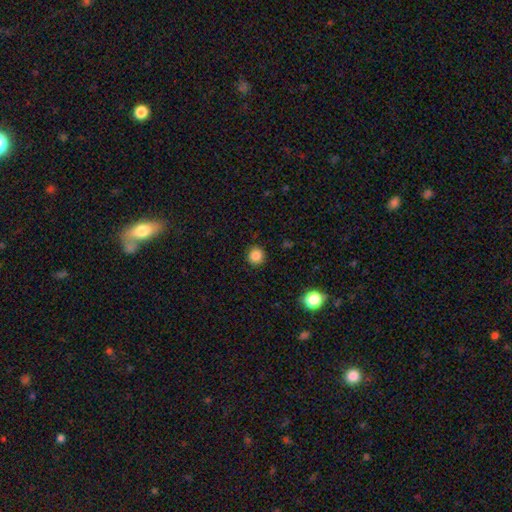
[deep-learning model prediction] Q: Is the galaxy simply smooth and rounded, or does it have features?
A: smooth — 85%.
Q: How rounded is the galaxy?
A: round — 93%.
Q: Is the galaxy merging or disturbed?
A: none — 92%.